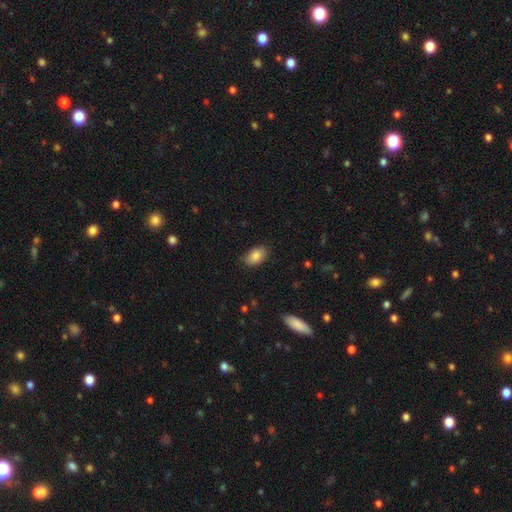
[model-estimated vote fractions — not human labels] Overall: smooth (85%). How rounded: in between (91%). Merging: none (78%).